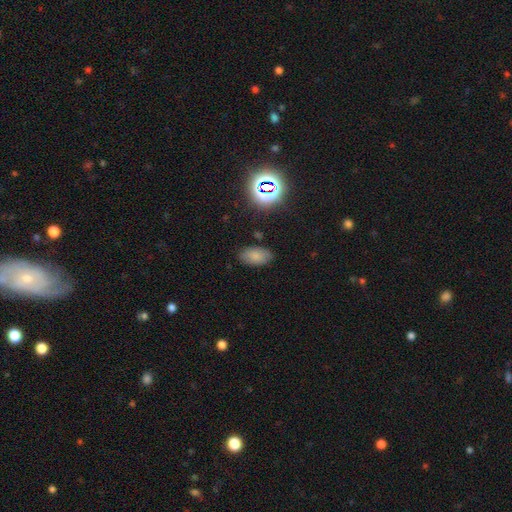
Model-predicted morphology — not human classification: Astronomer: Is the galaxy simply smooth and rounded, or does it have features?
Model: smooth — 75%.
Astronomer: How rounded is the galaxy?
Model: in between — 93%.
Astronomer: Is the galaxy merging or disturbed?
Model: none — 83%.